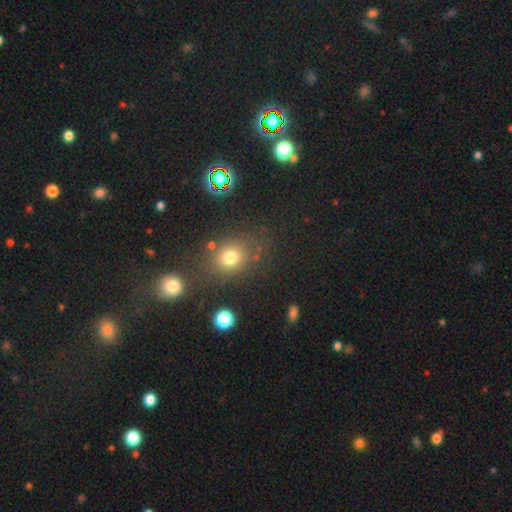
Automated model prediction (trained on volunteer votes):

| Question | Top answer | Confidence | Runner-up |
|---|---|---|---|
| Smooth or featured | smooth | 52% | star or artifact (40%) |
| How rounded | round | 66% | in between (32%) |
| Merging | none | 77% | minor disturbance (10%) |